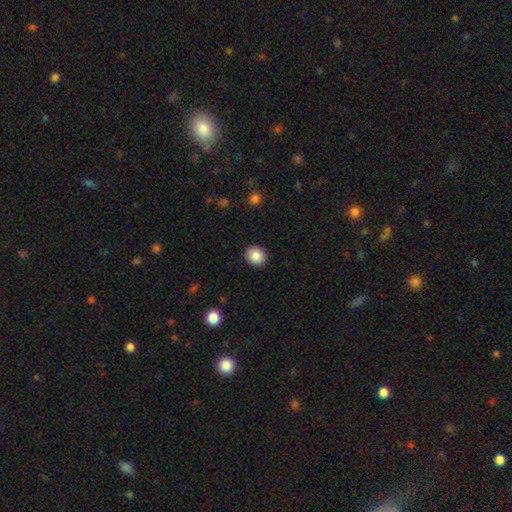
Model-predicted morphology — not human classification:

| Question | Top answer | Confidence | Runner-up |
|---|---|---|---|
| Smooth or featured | smooth | 87% | star or artifact (8%) |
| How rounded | round | 72% | in between (27%) |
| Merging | none | 91% | minor disturbance (6%) |